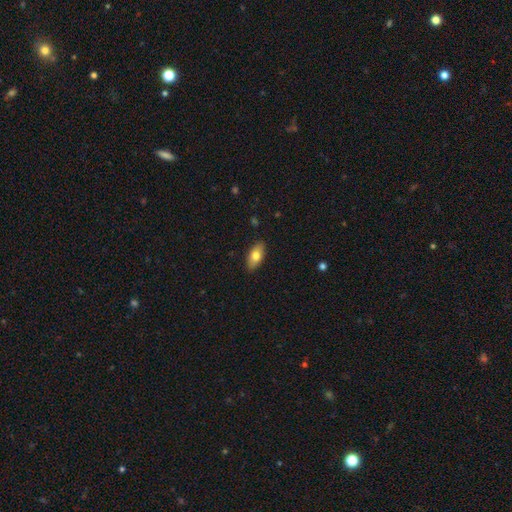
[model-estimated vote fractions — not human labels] Smooth or featured?
  - smooth: 76% *
  - featured or disk: 18%
  - star or artifact: 6%
How rounded?
  - in between: 88% *
  - cigar-shaped: 9%
  - round: 4%
Merging?
  - none: 88% *
  - minor disturbance: 9%
  - major disturbance: 2%
  - merger: 1%